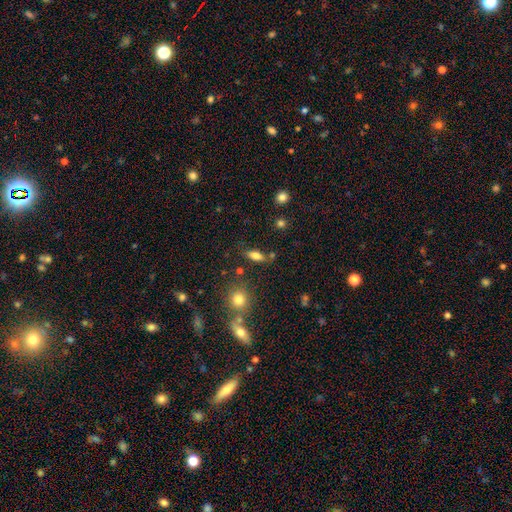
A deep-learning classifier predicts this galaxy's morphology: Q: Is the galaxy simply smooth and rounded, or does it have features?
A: smooth — 73%.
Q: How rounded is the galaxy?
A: in between — 71%.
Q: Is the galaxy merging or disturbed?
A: none — 75%.